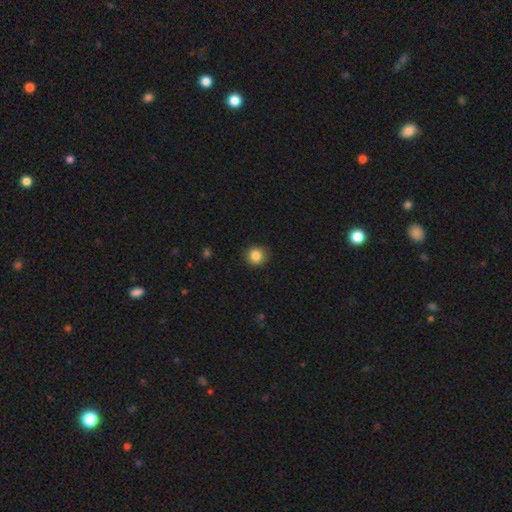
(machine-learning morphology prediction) smooth 86%, star or artifact 10%, featured or disk 4%. Down the decision tree: how rounded — round (90%); merging — none (89%).